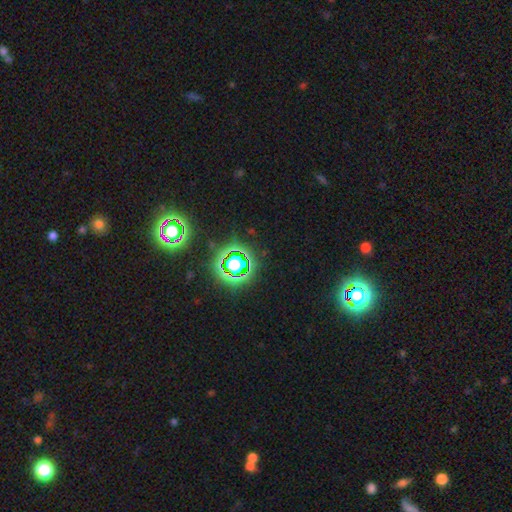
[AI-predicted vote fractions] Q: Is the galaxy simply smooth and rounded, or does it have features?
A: star or artifact — 80%.